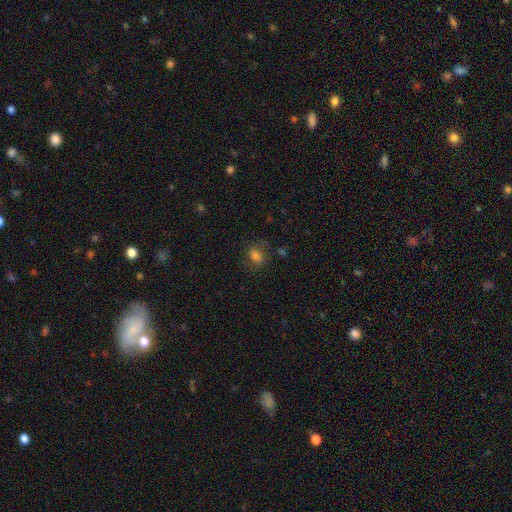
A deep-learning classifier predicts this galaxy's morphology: This is likely a smooth galaxy (72%). How rounded: likely in between (68%). Merging: likely none (69%).